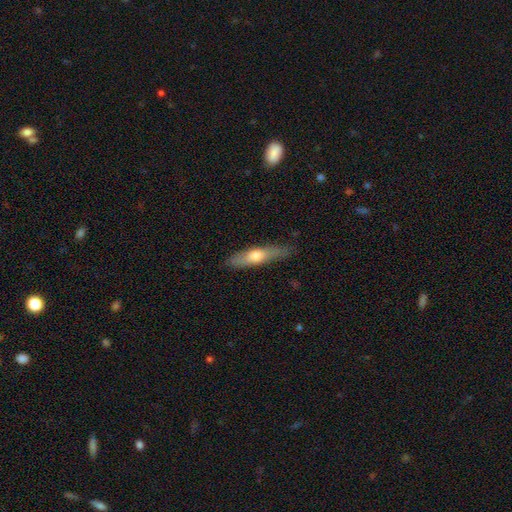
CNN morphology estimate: smooth-or-featured: smooth: 52% | featured or disk: 43% | star or artifact: 6%
  how-rounded: cigar-shaped: 80% | in between: 18% | round: 2%
  merging: none: 81% | minor disturbance: 15% | major disturbance: 3% | merger: 1%